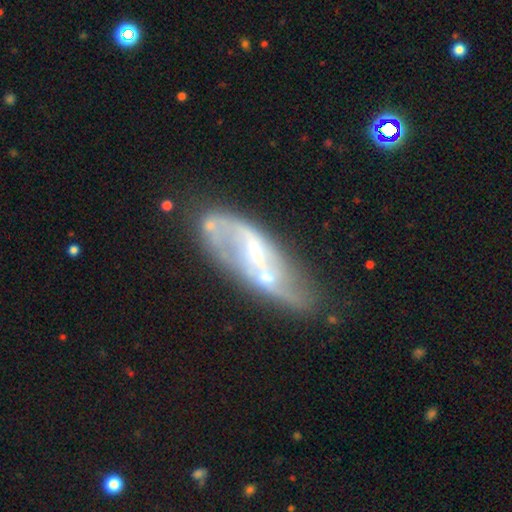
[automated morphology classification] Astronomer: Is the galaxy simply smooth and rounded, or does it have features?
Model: featured or disk — 73%.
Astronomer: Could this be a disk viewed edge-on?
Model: no — 86%.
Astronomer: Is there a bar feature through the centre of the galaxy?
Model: weak — 40% (runner-up: no, 33%).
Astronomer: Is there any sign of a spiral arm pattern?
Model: yes — 65%.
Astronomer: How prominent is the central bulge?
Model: small — 50% (runner-up: moderate, 30%).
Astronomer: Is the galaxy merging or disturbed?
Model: none — 45% (runner-up: minor disturbance, 23%).